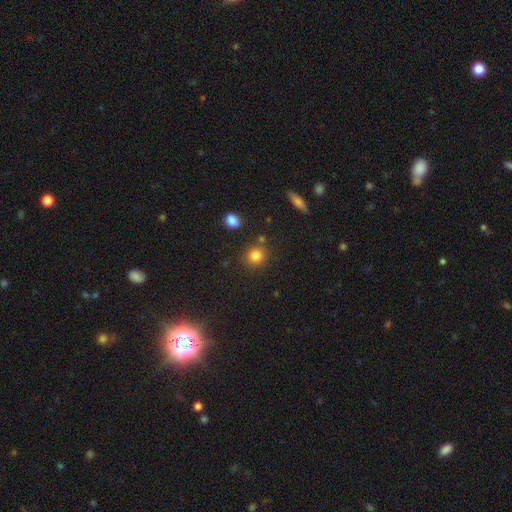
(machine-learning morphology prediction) Smooth or featured? smooth (83%)
How rounded? round (85%)
Merging? none (81%)